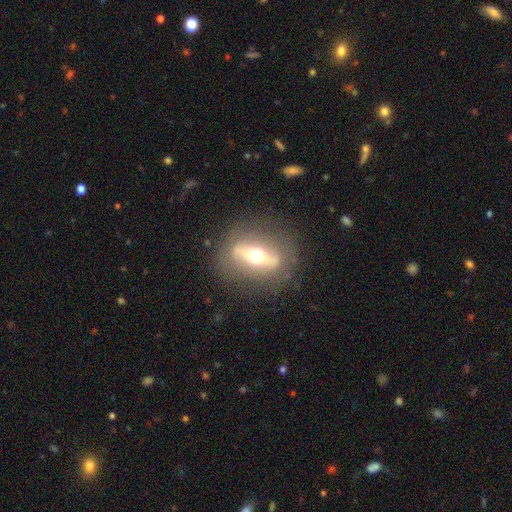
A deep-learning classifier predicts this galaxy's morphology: featured or disk 69%, smooth 24%, star or artifact 8%. Down the decision tree: edge-on disk — no (54%); merging — none (79%).